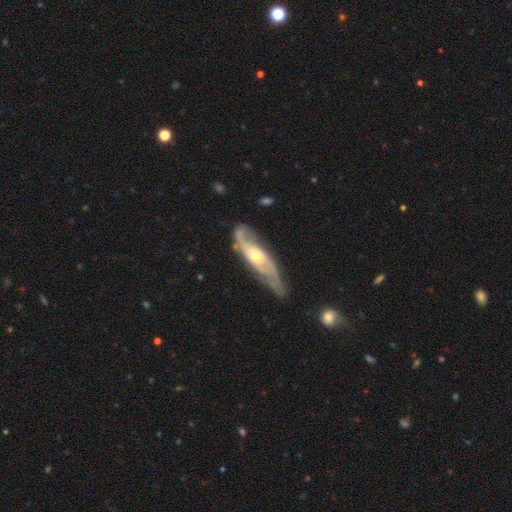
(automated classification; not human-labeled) Smooth or featured? Predicted: featured or disk (p=0.81). Edge-on disk? Predicted: no (p=0.76). Bar? Predicted: no (p=0.61). Spiral arms? Predicted: yes (p=0.92). Spiral winding? Predicted: medium (p=0.43). Spiral arm count? Predicted: 2 (p=0.68). Bulge size? Predicted: moderate (p=0.48). Merging? Predicted: none (p=0.65).